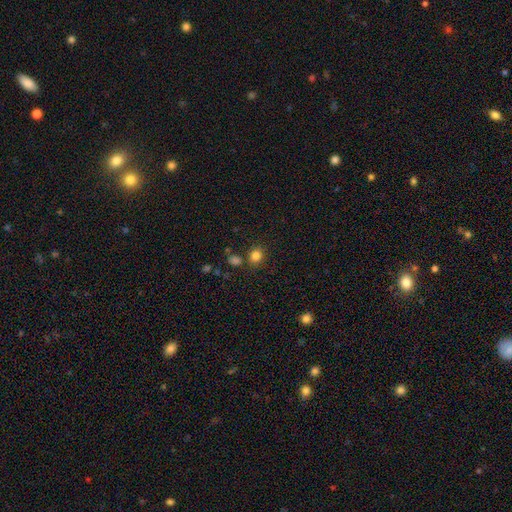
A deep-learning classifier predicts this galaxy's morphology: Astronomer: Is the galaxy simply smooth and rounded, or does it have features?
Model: smooth — 82%.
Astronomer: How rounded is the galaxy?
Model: round — 76%.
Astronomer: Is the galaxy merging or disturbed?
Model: none — 79%.